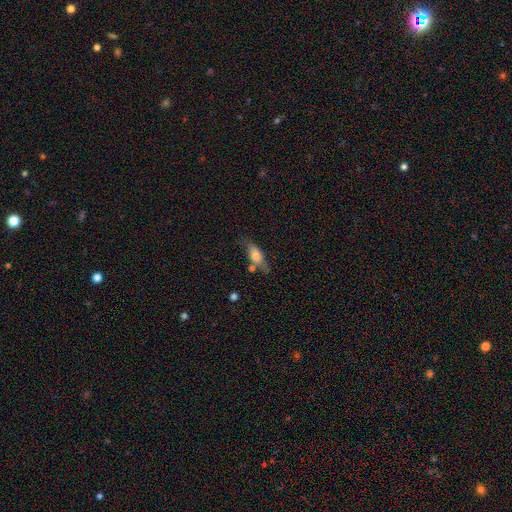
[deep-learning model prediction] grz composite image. It shows a smooth galaxy with no disk features (70%) that is in between round and cigar-shaped (69%). Merging: none (58%).